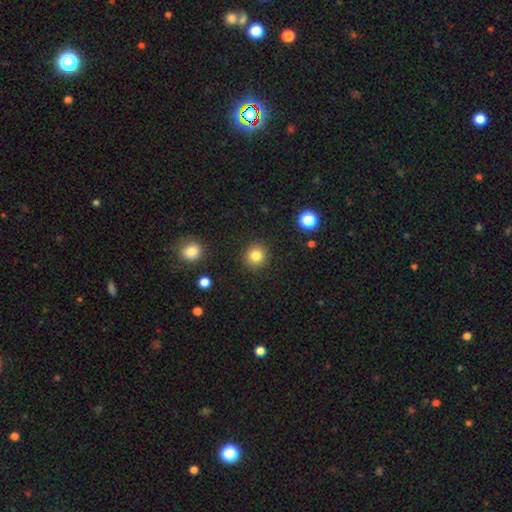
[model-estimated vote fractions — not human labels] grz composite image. It shows a smooth galaxy with no disk features (83%) that is round (91%). Merging: none (91%).